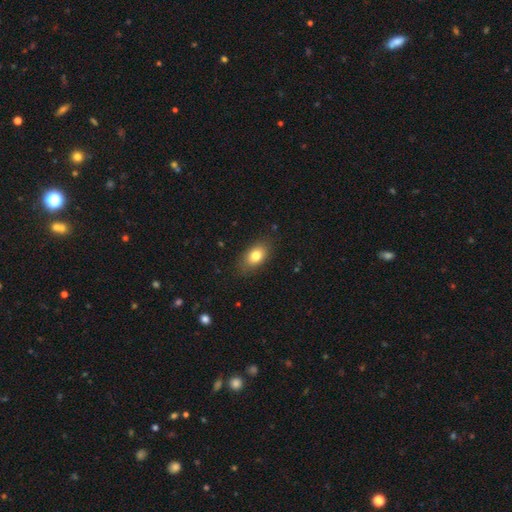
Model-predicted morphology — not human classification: smooth_or_featured: smooth (p=0.79) [alt: featured or disk p=0.12]
how_rounded: in between (p=0.85) [alt: round p=0.12]
merging: none (p=0.83) [alt: minor disturbance p=0.12]